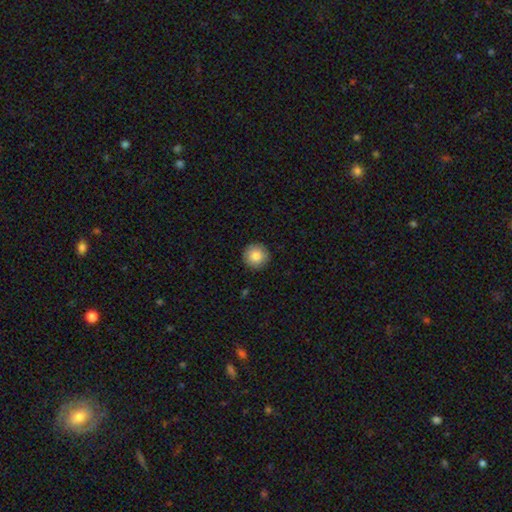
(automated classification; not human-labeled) This is clearly a smooth galaxy (85%). How rounded: clearly round (96%). Merging: clearly none (91%).